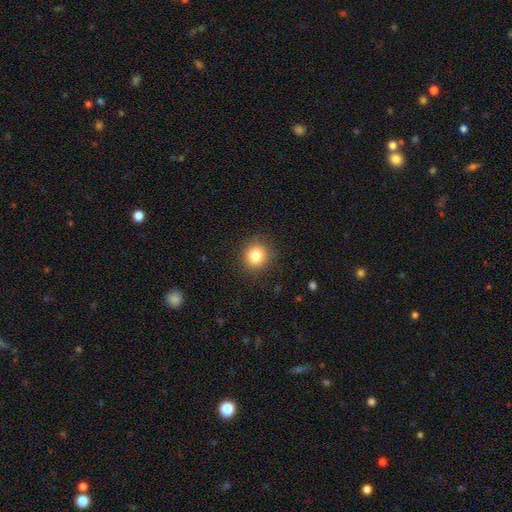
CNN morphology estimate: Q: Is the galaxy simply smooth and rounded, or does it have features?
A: smooth — 83%.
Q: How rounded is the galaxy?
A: round — 89%.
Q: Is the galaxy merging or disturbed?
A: none — 88%.